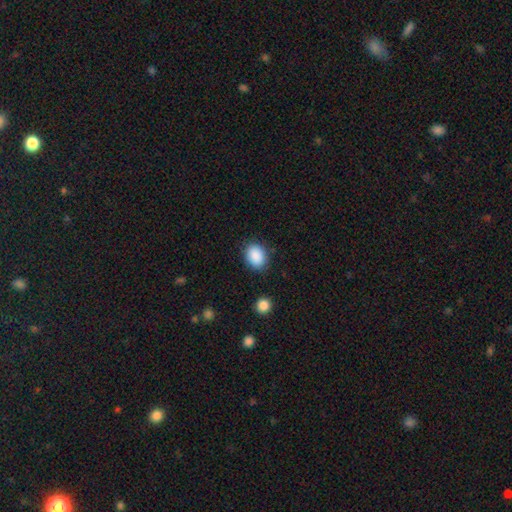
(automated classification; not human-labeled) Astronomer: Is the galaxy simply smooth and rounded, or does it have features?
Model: smooth — 89%.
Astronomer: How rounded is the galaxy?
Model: in between — 60% (runner-up: round, 39%).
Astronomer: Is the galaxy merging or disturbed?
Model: none — 85%.